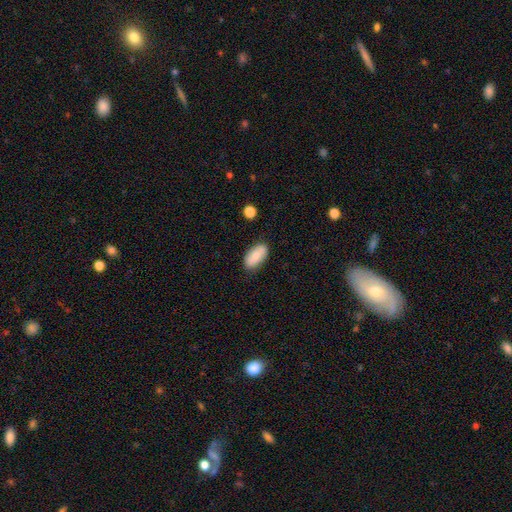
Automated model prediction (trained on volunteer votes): smooth 80%, featured or disk 14%, star or artifact 7%. Down the decision tree: how rounded — in between (92%); merging — none (83%).